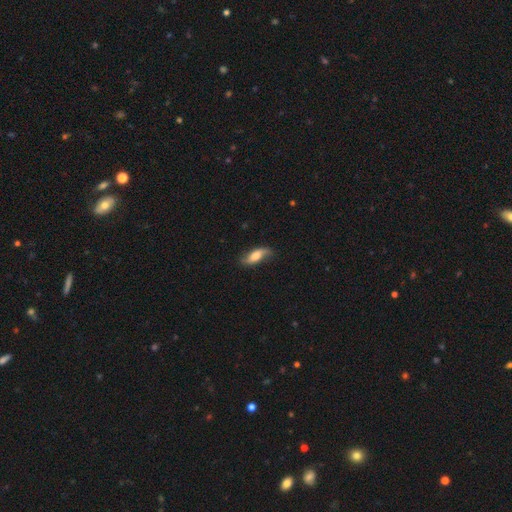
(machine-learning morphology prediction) A smooth galaxy with no disk features (49%).

Vote fractions:
- Smooth or featured? smooth: 49% / featured or disk: 44% / star or artifact: 7%
- Merging? none: 72% / minor disturbance: 21% / major disturbance: 5% / merger: 2%